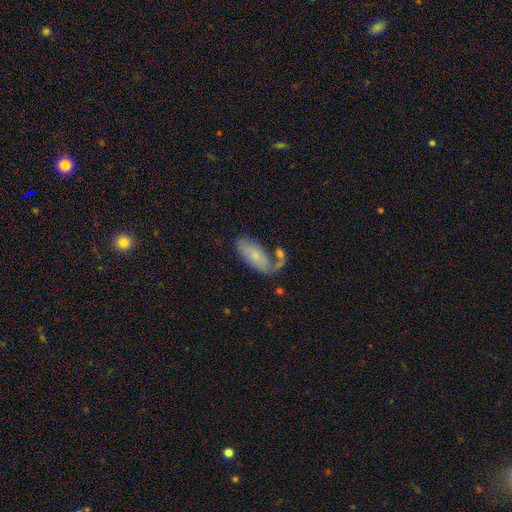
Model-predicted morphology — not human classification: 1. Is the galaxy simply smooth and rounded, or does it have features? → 62% smooth, 31% featured or disk, 7% star or artifact.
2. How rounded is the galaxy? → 87% in between, 11% cigar-shaped, 3% round.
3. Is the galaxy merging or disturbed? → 45% none, 21% minor disturbance, 20% merger, 14% major disturbance.